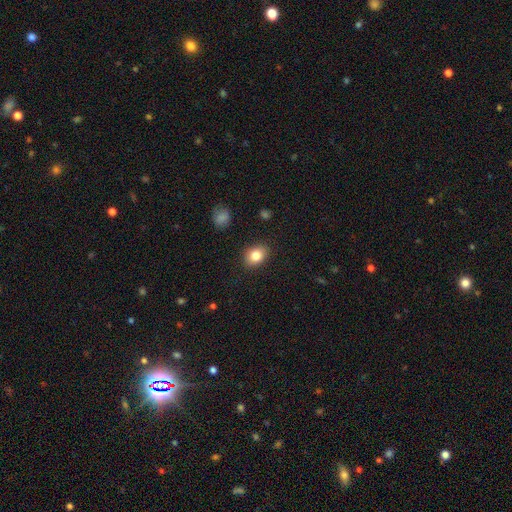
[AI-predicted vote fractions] A smooth galaxy with no disk features (82%) that is in between round and cigar-shaped (70%). Merging: none (87%).